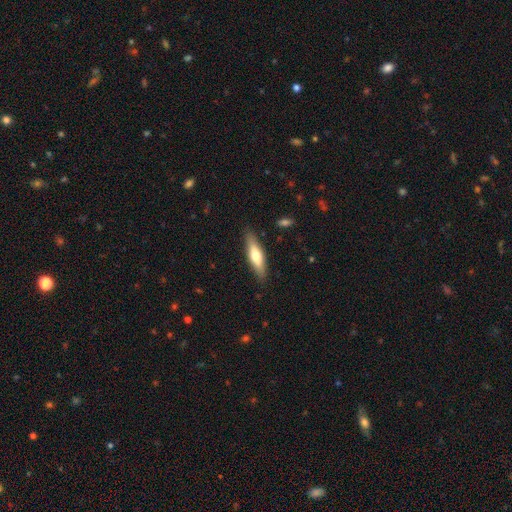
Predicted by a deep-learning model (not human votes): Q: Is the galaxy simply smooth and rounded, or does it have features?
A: smooth — 57%.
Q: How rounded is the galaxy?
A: cigar-shaped — 66%.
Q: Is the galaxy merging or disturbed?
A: none — 86%.